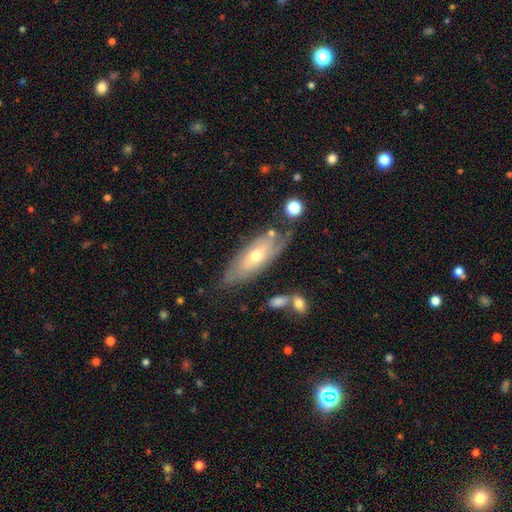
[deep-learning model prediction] Overall: featured or disk (60%; smooth 33%). Edge-on disk: no (77%). Merging: none (64%).